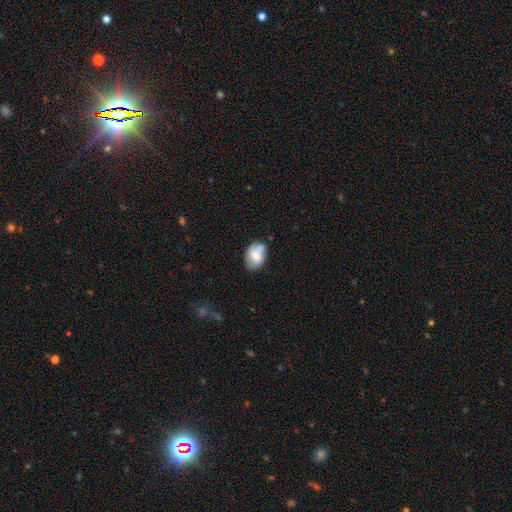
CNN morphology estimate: Smooth or featured?
  - smooth: 50% *
  - featured or disk: 42%
  - star or artifact: 8%
How rounded?
  - in between: 72% *
  - round: 27%
  - cigar-shaped: 1%
Merging?
  - none: 50% *
  - minor disturbance: 27%
  - merger: 15%
  - major disturbance: 8%